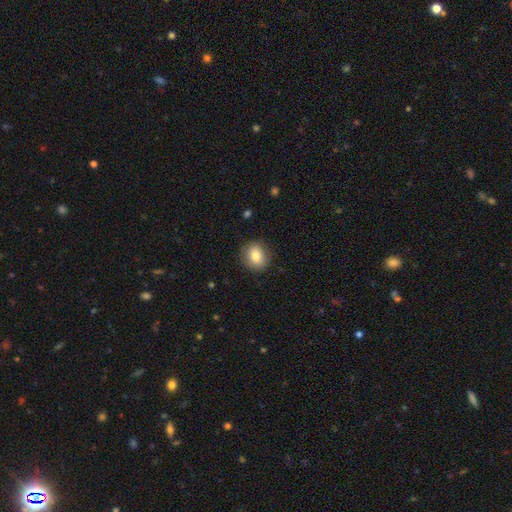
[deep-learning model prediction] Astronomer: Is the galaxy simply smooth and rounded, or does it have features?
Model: smooth — 81%.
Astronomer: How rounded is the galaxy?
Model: round — 74%.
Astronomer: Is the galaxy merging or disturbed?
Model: none — 87%.